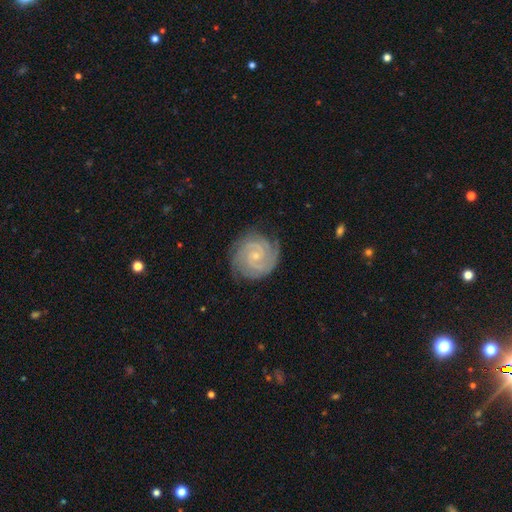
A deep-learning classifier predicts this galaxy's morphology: This is clearly a featured or disk galaxy (89%). It is clearly not viewed edge-on (98%). Bar: likely no (61%). Spiral arm pattern: clearly yes (98%). Spiral arm count: marginally 2 (41%). Spiral winding: likely tight (78%). Central bulge: clearly small (81%). Merging: clearly none (81%).